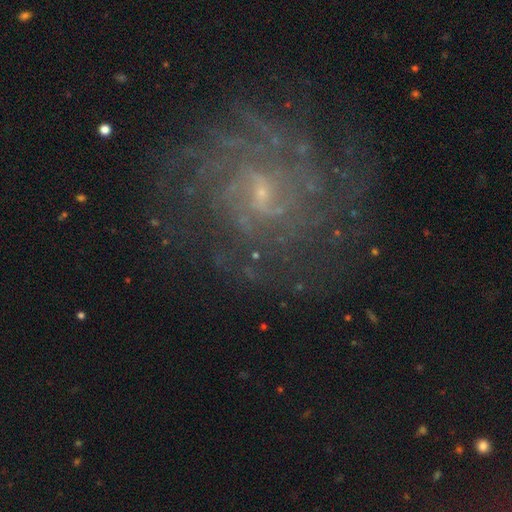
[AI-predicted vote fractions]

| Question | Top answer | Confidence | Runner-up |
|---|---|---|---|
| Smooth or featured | featured or disk | 71% | star or artifact (18%) |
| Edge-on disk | no | 97% | yes (3%) |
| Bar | weak | 45% | no (32%) |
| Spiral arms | yes | 89% | no (11%) |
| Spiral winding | tight | 41% | medium (40%) |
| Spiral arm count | can't tell | 33% | 2 (28%) |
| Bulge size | small | 79% | moderate (13%) |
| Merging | none | 68% | minor disturbance (15%) |